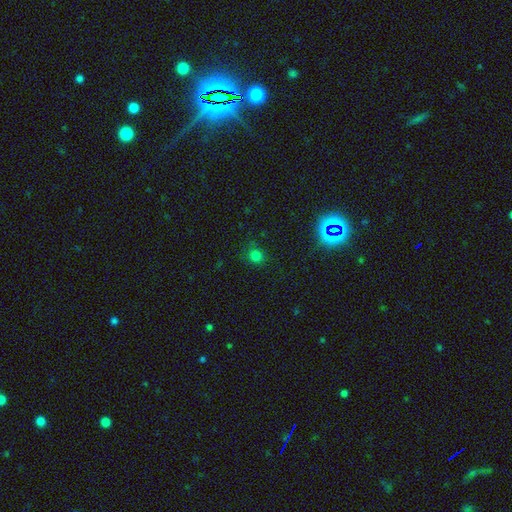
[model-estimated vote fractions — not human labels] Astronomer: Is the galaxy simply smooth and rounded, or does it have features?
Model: smooth — 74%.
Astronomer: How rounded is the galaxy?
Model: round — 84%.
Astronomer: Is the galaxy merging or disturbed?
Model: none — 80%.